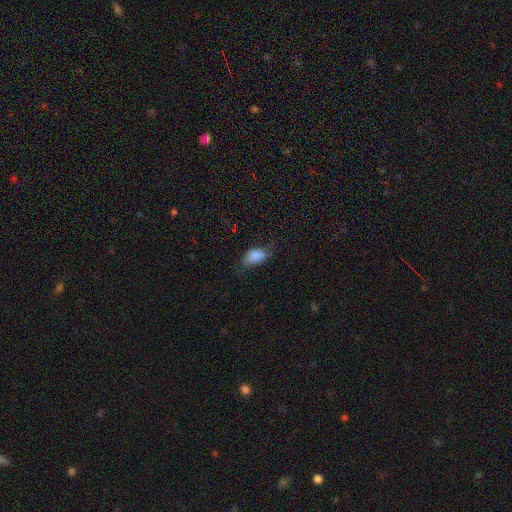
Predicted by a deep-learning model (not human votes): smooth 83%, star or artifact 8%, featured or disk 8%. Down the decision tree: how rounded — in between (91%); merging — none (54%).